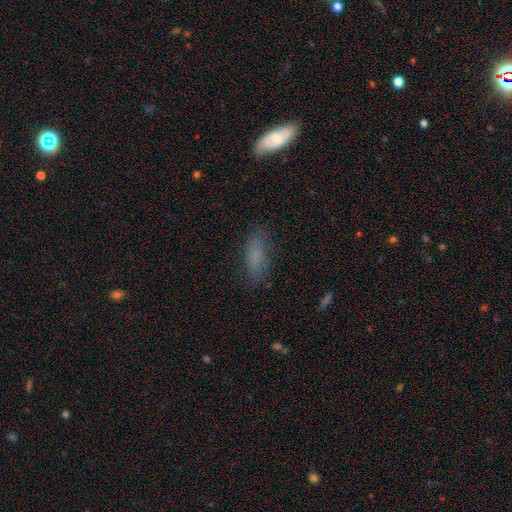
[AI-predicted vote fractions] A smooth galaxy with no disk features (78%) that is in between round and cigar-shaped (65%).

Vote fractions:
- Smooth or featured? smooth: 78% / featured or disk: 12% / star or artifact: 10%
- How rounded? in between: 65% / cigar-shaped: 33% / round: 3%
- Merging? none: 77% / minor disturbance: 16% / major disturbance: 5% / merger: 2%